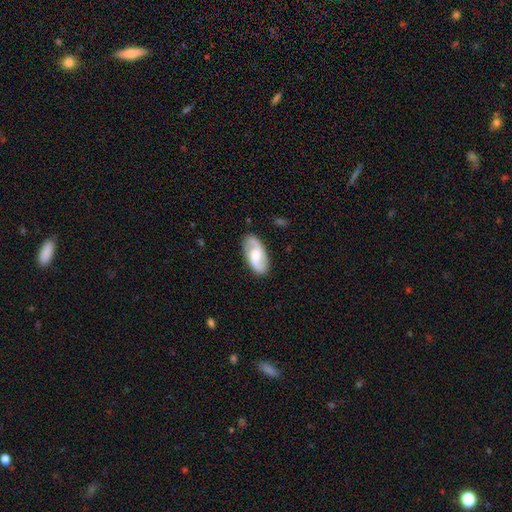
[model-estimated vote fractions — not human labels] Smooth or featured? Predicted: featured or disk (p=0.71). Edge-on disk? Predicted: no (p=0.95). Bar? Predicted: weak (p=0.51). Spiral arms? Predicted: yes (p=0.92). Spiral winding? Predicted: medium (p=0.43). Spiral arm count? Predicted: 2 (p=0.87). Bulge size? Predicted: moderate (p=0.51). Merging? Predicted: none (p=0.82).